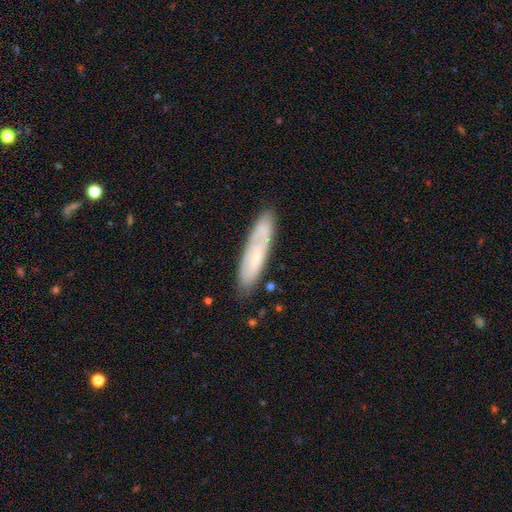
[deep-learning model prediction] featured or disk 53%, smooth 40%, star or artifact 7%. Down the decision tree: edge-on disk — no (67%); merging — none (76%).